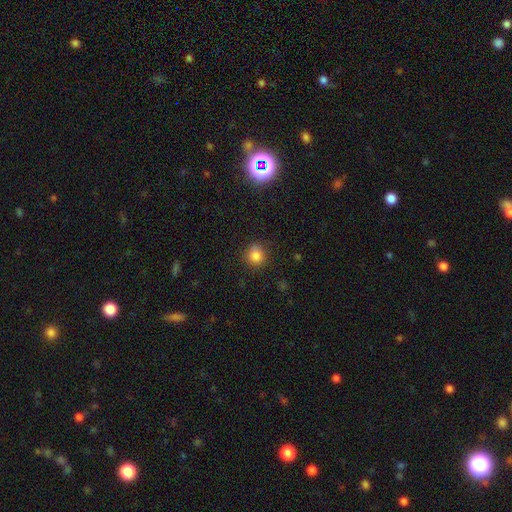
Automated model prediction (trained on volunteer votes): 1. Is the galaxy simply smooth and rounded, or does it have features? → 82% smooth, 13% star or artifact, 5% featured or disk.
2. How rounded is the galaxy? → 87% round, 12% in between, 1% cigar-shaped.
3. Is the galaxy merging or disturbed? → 82% none, 13% minor disturbance, 3% major disturbance, 2% merger.